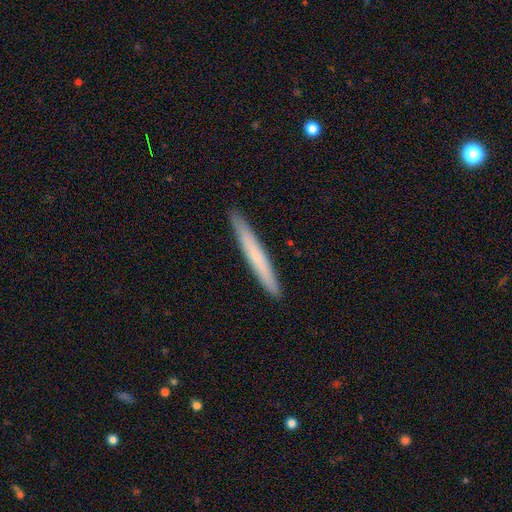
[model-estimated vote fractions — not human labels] A smooth galaxy with no disk features (66%) that is cigar-shaped (97%).

Vote fractions:
- Smooth or featured? smooth: 66% / featured or disk: 29% / star or artifact: 6%
- How rounded? cigar-shaped: 97% / in between: 2% / round: 1%
- Merging? none: 92% / minor disturbance: 6% / major disturbance: 1% / merger: 1%